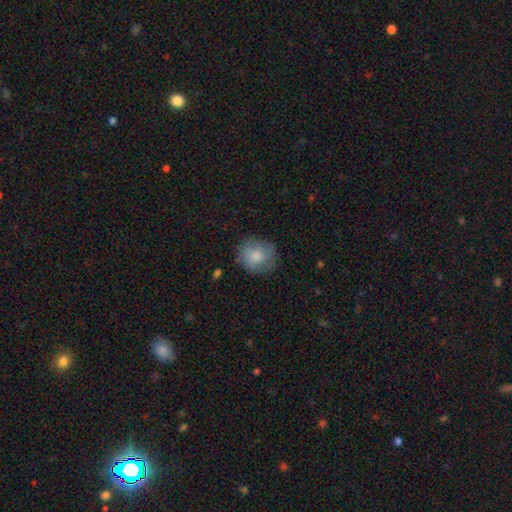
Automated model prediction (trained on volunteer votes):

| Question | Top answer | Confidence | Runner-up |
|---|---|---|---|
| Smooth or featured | smooth | 76% | featured or disk (16%) |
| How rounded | round | 79% | in between (20%) |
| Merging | none | 72% | minor disturbance (20%) |